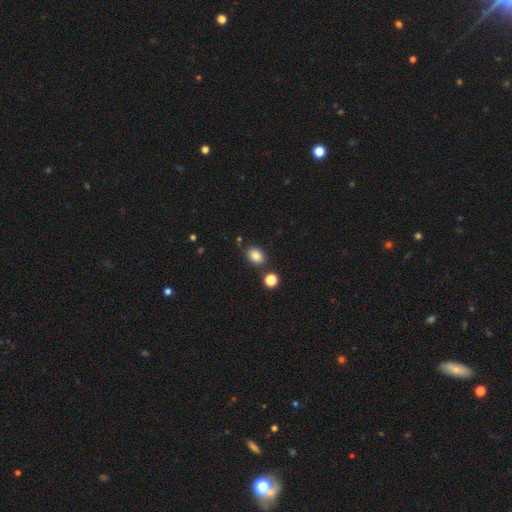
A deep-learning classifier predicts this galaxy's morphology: Smooth or featured? smooth (84%)
How rounded? in between (70%)
Merging? none (79%)